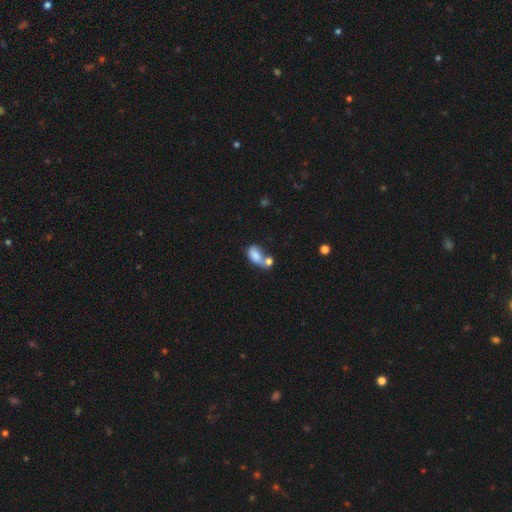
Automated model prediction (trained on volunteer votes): Smooth or featured? smooth (80%)
How rounded? in between (88%)
Merging? merger (56%)